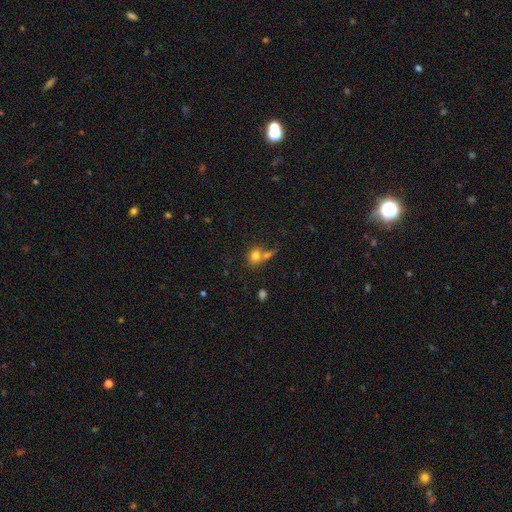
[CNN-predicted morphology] A smooth galaxy with no disk features (78%) that is round (61%).

Vote fractions:
- Smooth or featured? smooth: 78% / featured or disk: 12% / star or artifact: 11%
- How rounded? round: 61% / in between: 38% / cigar-shaped: 2%
- Merging? merger: 44% / none: 39% / minor disturbance: 11% / major disturbance: 7%